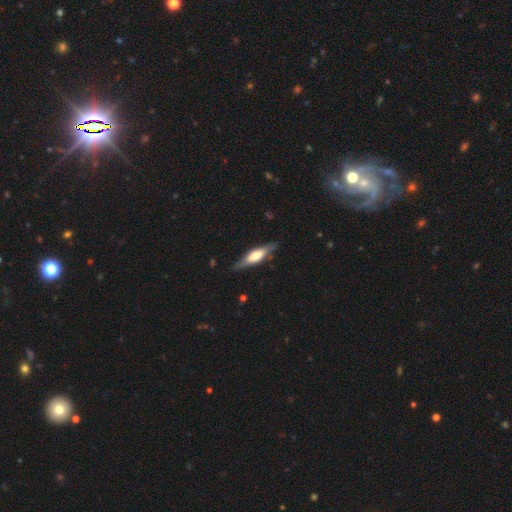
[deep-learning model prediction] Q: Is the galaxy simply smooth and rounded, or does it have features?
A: featured or disk — 58%.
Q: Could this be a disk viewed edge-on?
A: yes — 90%.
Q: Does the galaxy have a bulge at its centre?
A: rounded — 64%.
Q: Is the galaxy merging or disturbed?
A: none — 82%.